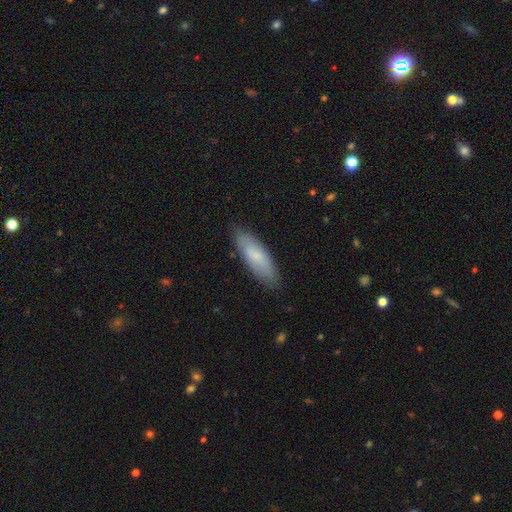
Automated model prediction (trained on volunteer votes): Overall: smooth (74%). How rounded: in between (52%; cigar-shaped 47%). Merging: none (85%).